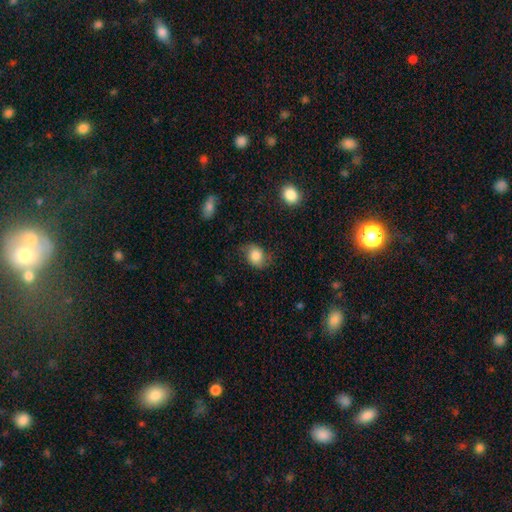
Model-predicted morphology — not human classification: Smooth or featured? Predicted: smooth (p=0.73). How rounded? Predicted: in between (p=0.53). Merging? Predicted: none (p=0.62).